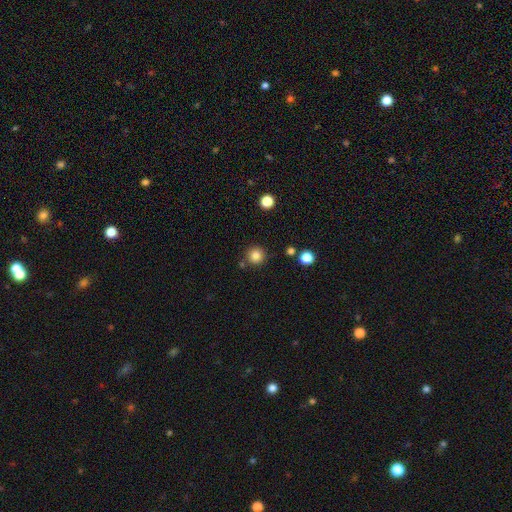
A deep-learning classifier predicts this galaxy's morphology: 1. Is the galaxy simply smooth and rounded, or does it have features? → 83% smooth, 12% star or artifact, 5% featured or disk.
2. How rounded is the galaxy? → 95% round, 4% in between, 1% cigar-shaped.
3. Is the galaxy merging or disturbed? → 84% none, 8% minor disturbance, 6% merger, 3% major disturbance.